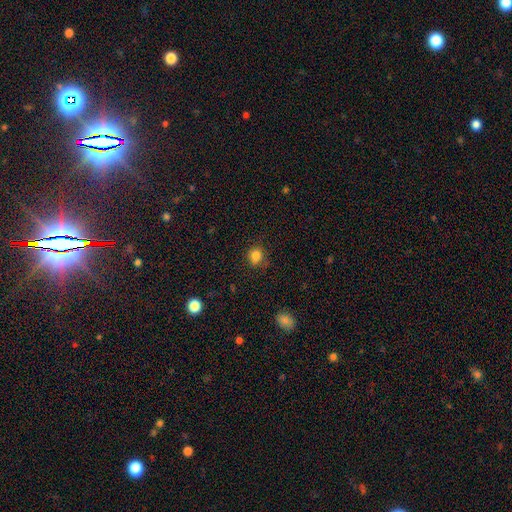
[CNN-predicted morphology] A smooth galaxy with no disk features (83%) that is round (73%). Merging: none (79%).